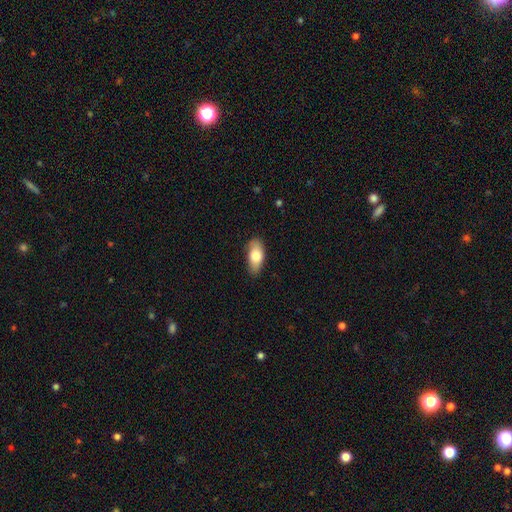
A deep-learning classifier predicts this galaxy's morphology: The model was most divided on "smooth or featured": smooth: 78%, featured or disk: 15%, star or artifact: 6%. More confident: how rounded — in between (89%); merging — none (80%).